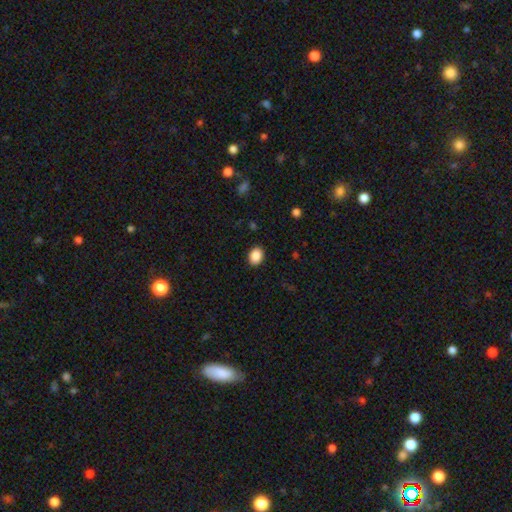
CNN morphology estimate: smooth 88%, star or artifact 8%, featured or disk 3%. Down the decision tree: how rounded — in between (63%); merging — none (89%).